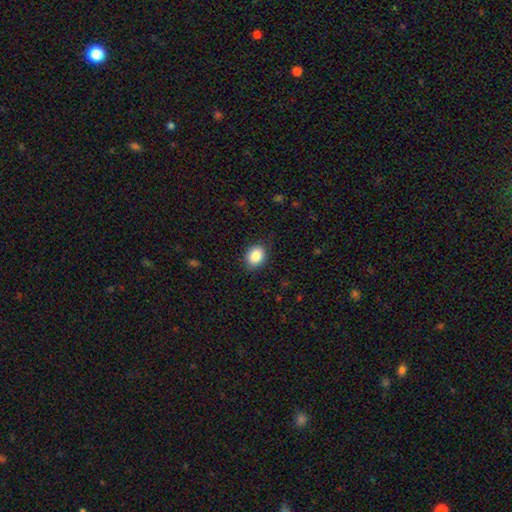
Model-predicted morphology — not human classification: type=smooth (87%); roundness=in between (50%); merging=none (86%).